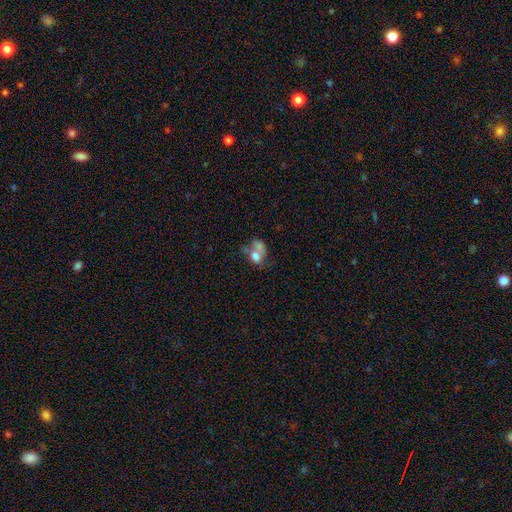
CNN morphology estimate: Smooth or featured: smooth — 46% (featured or disk — 31%)
Merging: merger — 40% (none — 38%)